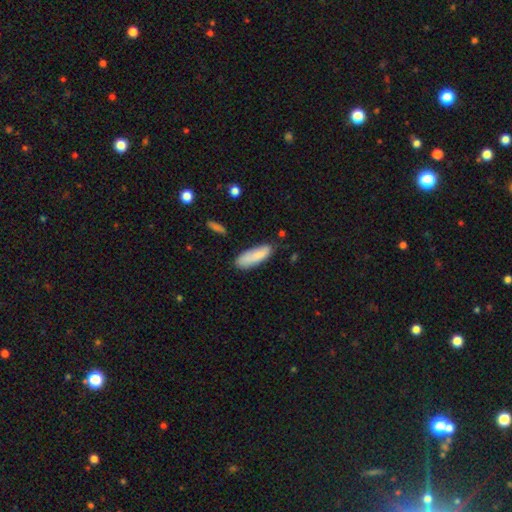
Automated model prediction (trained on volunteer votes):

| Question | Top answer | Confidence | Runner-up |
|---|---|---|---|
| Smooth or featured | smooth | 81% | featured or disk (13%) |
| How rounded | in between | 63% | cigar-shaped (35%) |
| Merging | none | 70% | minor disturbance (22%) |